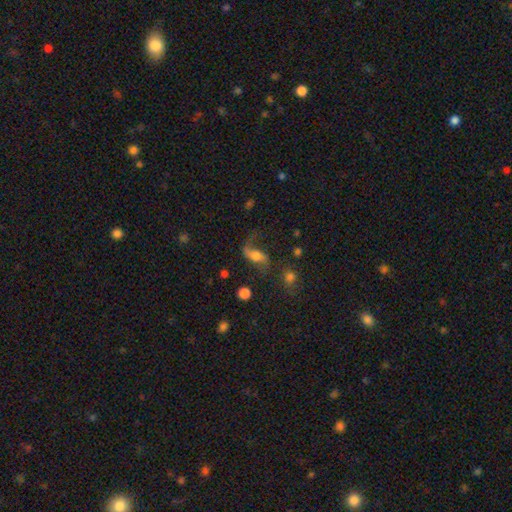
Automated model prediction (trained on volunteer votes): A featured or disk galaxy (68%) with no bar (44%), 2 (76%) loose (86%) spiral arms (91%) and a moderate central bulge (52%).

Vote fractions:
- Smooth or featured? featured or disk: 68% / smooth: 22% / star or artifact: 10%
- Edge-on disk? no: 92% / yes: 8%
- Bar? no: 44% / weak: 35% / strong: 21%
- Spiral arms? yes: 91% / no: 9%
- Spiral winding? loose: 86% / medium: 11% / tight: 3%
- Spiral arm count? 2: 76% / 1: 19% / can't tell: 2% / 3: 1% / 4: 1% / more than 4: 1%
- Bulge size? moderate: 52% / small: 22% / large: 17% / none: 5% / dominant: 3%
- Merging? none: 53% / major disturbance: 25% / minor disturbance: 18% / merger: 5%